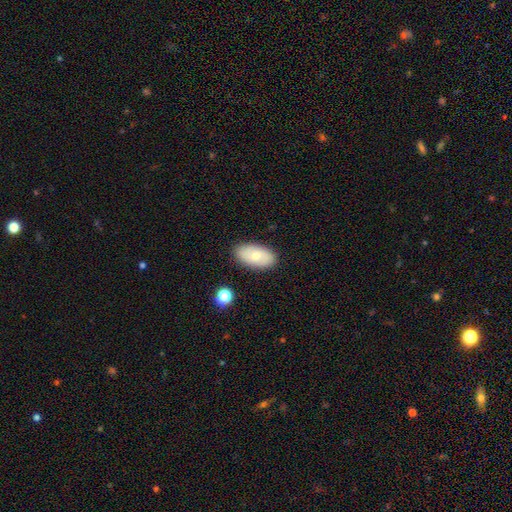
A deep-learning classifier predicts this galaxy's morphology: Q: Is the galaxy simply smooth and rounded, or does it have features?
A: smooth — 75%.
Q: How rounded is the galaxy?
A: in between — 94%.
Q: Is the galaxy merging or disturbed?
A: none — 87%.